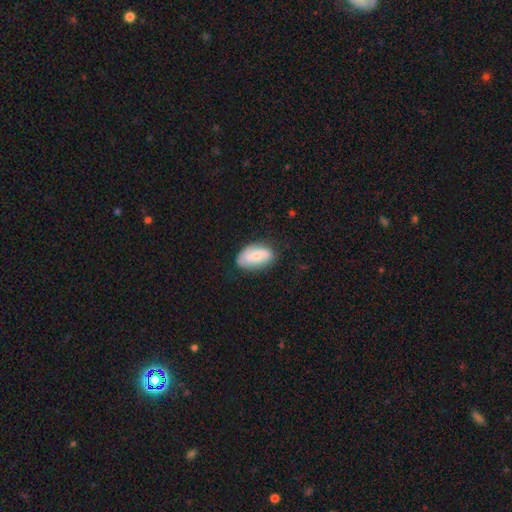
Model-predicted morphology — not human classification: Smooth or featured? smooth (58%)
How rounded? in between (92%)
Merging? none (72%)